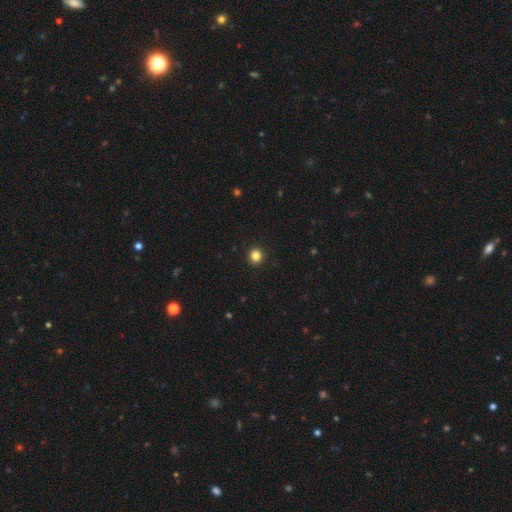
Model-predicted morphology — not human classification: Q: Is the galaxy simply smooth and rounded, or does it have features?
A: smooth — 84%.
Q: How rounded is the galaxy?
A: round — 93%.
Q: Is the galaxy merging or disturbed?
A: none — 93%.